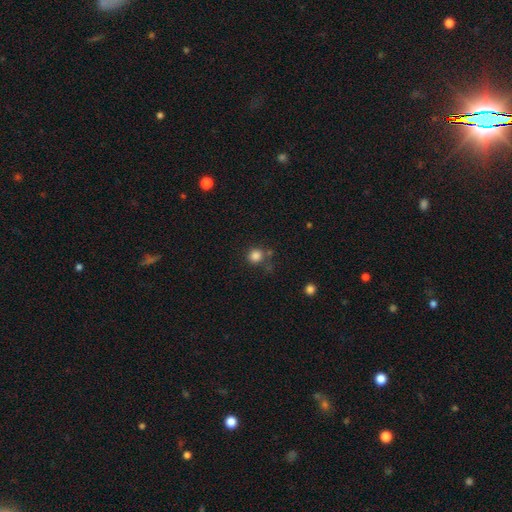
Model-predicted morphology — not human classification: Smooth or featured?
  - smooth: 84% *
  - star or artifact: 12%
  - featured or disk: 4%
How rounded?
  - round: 89% *
  - in between: 10%
  - cigar-shaped: 1%
Merging?
  - none: 71% *
  - minor disturbance: 14%
  - merger: 9%
  - major disturbance: 6%